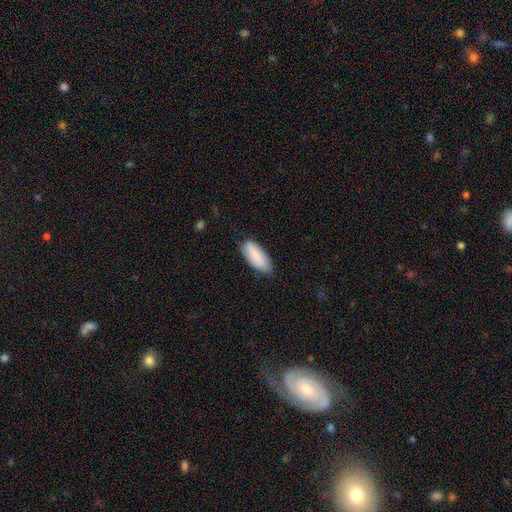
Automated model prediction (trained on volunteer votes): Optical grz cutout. It shows a smooth galaxy with no disk features (87%) that is in between round and cigar-shaped (81%). Merging: none (79%).